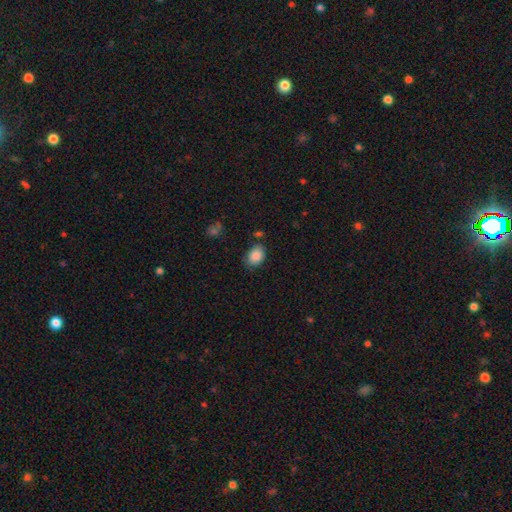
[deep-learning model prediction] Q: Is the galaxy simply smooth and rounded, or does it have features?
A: smooth — 88%.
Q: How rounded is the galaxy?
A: in between — 76%.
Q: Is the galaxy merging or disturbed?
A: none — 76%.